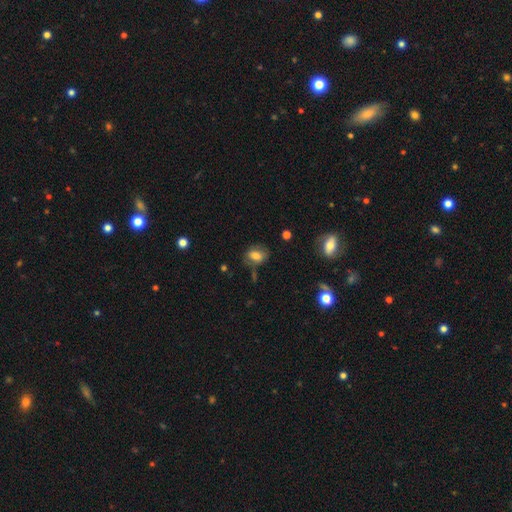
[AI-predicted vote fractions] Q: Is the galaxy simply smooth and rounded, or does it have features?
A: smooth — 73%.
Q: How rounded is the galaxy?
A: in between — 75%.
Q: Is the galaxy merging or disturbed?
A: none — 62%.